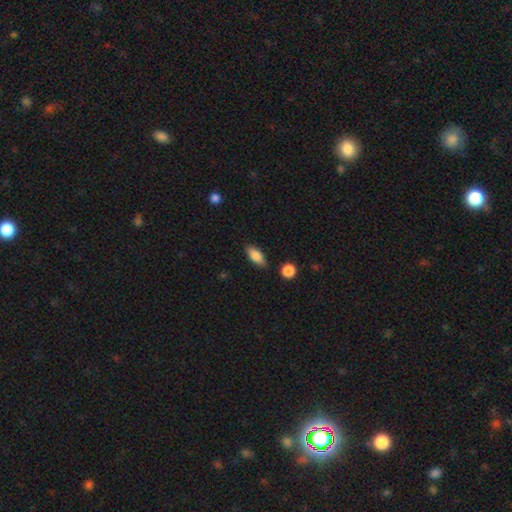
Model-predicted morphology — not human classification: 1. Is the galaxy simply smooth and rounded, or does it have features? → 85% smooth, 9% featured or disk, 7% star or artifact.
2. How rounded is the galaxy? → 83% in between, 14% cigar-shaped, 3% round.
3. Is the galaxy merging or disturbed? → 84% none, 11% minor disturbance, 3% merger, 2% major disturbance.